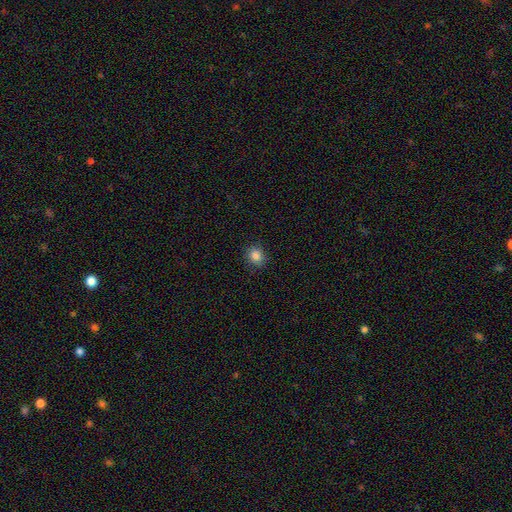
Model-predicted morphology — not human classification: Smooth or featured: smooth — 85% (star or artifact — 11%)
How rounded: round — 77% (in between — 22%)
Merging: none — 88% (minor disturbance — 8%)